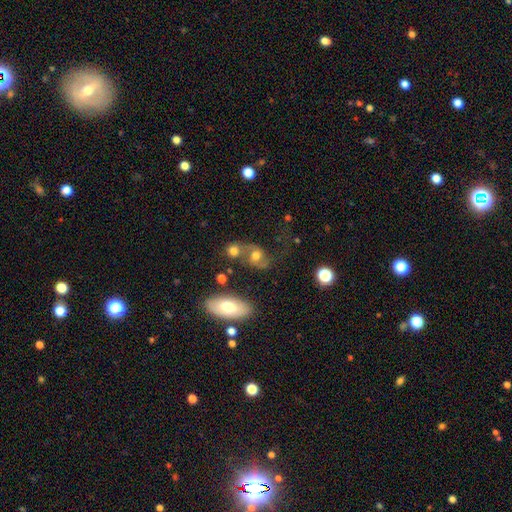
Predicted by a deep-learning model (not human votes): A featured or disk galaxy (49%).

Vote fractions:
- Smooth or featured? featured or disk: 49% / smooth: 39% / star or artifact: 12%
- Merging? none: 39% / merger: 32% / minor disturbance: 15% / major disturbance: 13%